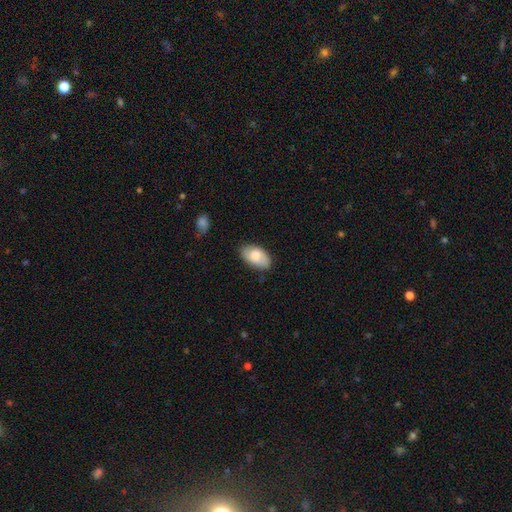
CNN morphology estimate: A smooth galaxy with no disk features (76%) that is in between round and cigar-shaped (94%).

Vote fractions:
- Smooth or featured? smooth: 76% / featured or disk: 18% / star or artifact: 6%
- How rounded? in between: 94% / round: 4% / cigar-shaped: 2%
- Merging? none: 78% / minor disturbance: 17% / major disturbance: 3% / merger: 1%